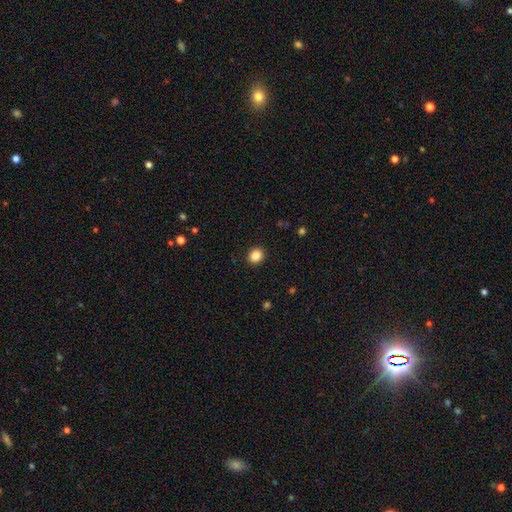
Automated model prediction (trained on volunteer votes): The model was most divided on "how rounded": round: 77%, in between: 22%, cigar-shaped: 1%. More confident: merging — none (91%); smooth or featured — smooth (87%).